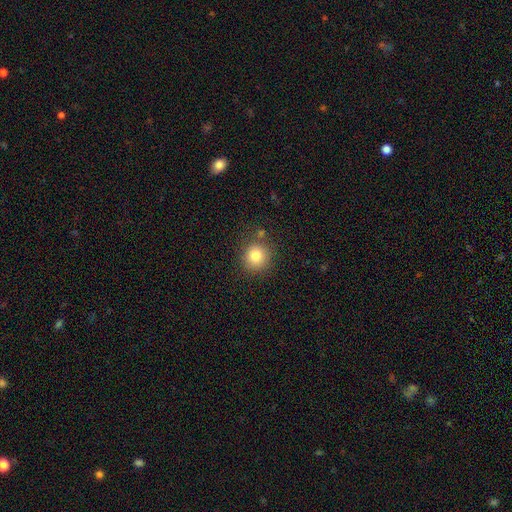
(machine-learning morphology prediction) Overall: smooth (81%). How rounded: round (88%). Merging: none (81%).